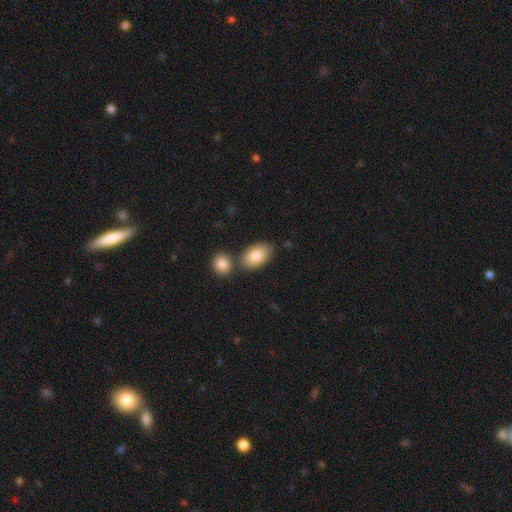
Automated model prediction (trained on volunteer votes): A smooth galaxy with no disk features (85%) that is in between round and cigar-shaped (93%). Merging: none (62%).